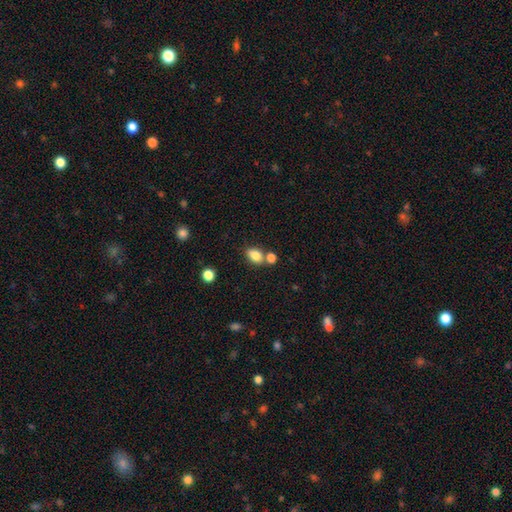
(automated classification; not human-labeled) A smooth galaxy with no disk features (83%) that is in between round and cigar-shaped (77%). Merging: none (59%).